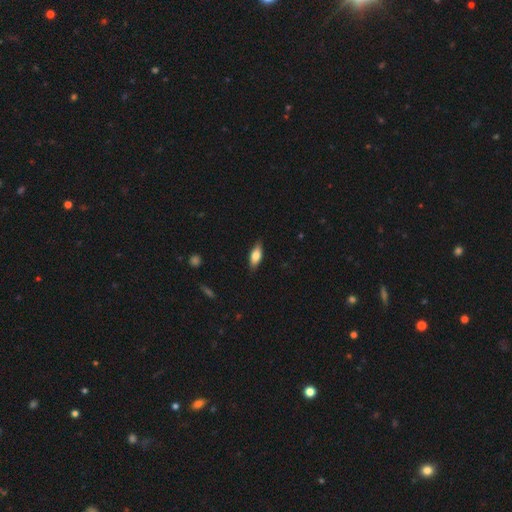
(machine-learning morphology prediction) A smooth galaxy with no disk features (73%) that is in between round and cigar-shaped (76%).

Vote fractions:
- Smooth or featured? smooth: 73% / featured or disk: 20% / star or artifact: 7%
- How rounded? in between: 76% / cigar-shaped: 21% / round: 3%
- Merging? none: 83% / minor disturbance: 13% / major disturbance: 2% / merger: 1%